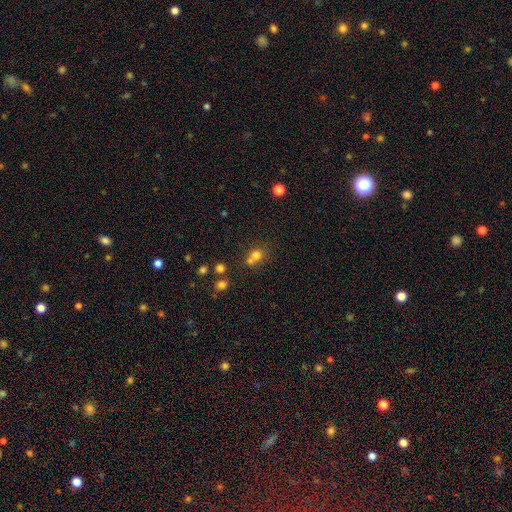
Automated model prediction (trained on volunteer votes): Smooth or featured? Predicted: smooth (p=0.73). How rounded? Predicted: round (p=0.78). Merging? Predicted: merger (p=0.44).